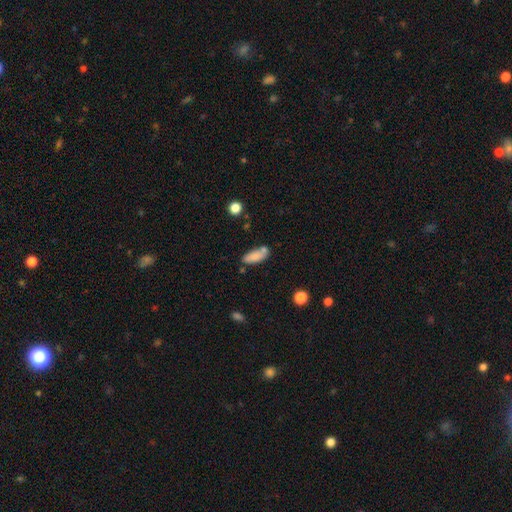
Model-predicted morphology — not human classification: type=smooth (81%); roundness=in between (75%); merging=none (60%).